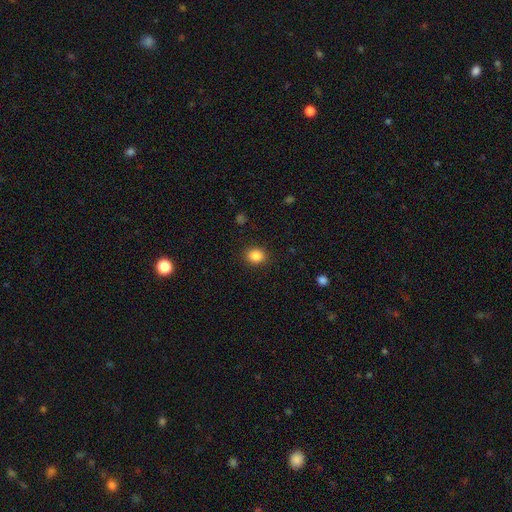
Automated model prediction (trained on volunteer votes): The model was most divided on "how rounded": round: 62%, in between: 38%, cigar-shaped: 1%. More confident: merging — none (88%); smooth or featured — smooth (86%).